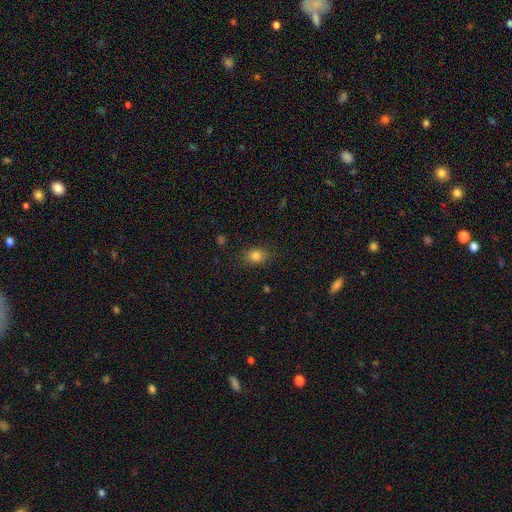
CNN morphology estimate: smooth-or-featured: smooth: 83% | star or artifact: 11% | featured or disk: 6%
  how-rounded: in between: 53% | round: 45% | cigar-shaped: 1%
  merging: none: 85% | minor disturbance: 11% | major disturbance: 3% | merger: 1%